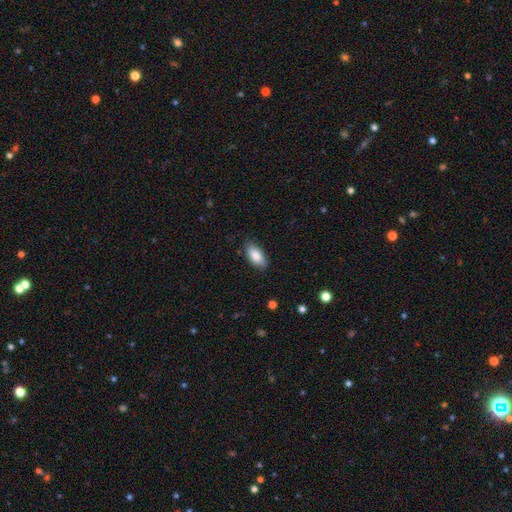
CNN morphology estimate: Overall: smooth (84%). How rounded: in between (90%). Merging: none (83%).